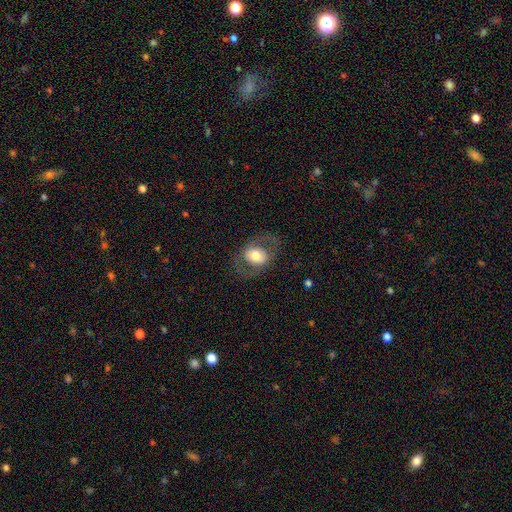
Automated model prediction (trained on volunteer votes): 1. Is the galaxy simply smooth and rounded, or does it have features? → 48% smooth, 44% featured or disk, 7% star or artifact.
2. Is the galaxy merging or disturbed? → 75% none, 13% minor disturbance, 12% major disturbance, 1% merger.